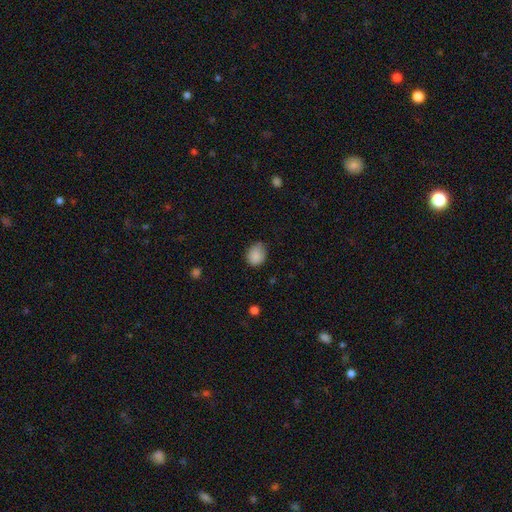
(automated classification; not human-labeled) smooth 87%, star or artifact 9%, featured or disk 5%. Down the decision tree: how rounded — round (56%); merging — none (68%).